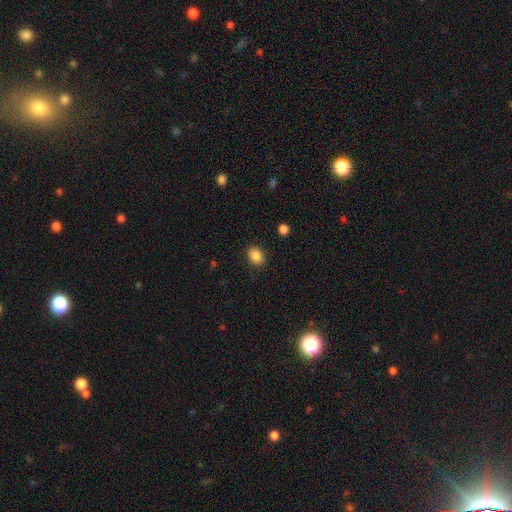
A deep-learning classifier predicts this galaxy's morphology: smooth_or_featured: smooth (p=0.87) [alt: star or artifact p=0.09]
how_rounded: in between (p=0.67) [alt: round p=0.32]
merging: none (p=0.87) [alt: minor disturbance p=0.09]